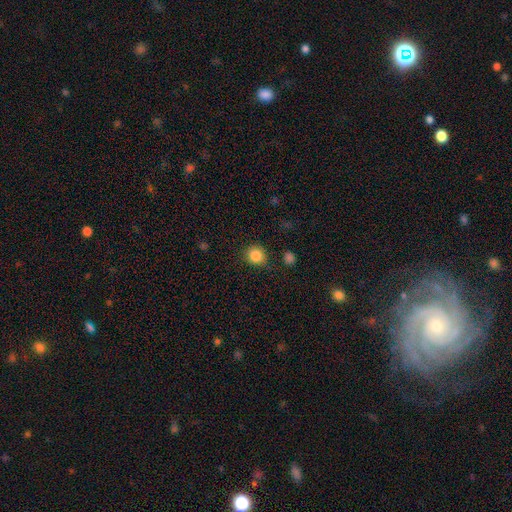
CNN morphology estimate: A smooth galaxy with no disk features (86%) that is round (86%). Merging: none (84%).